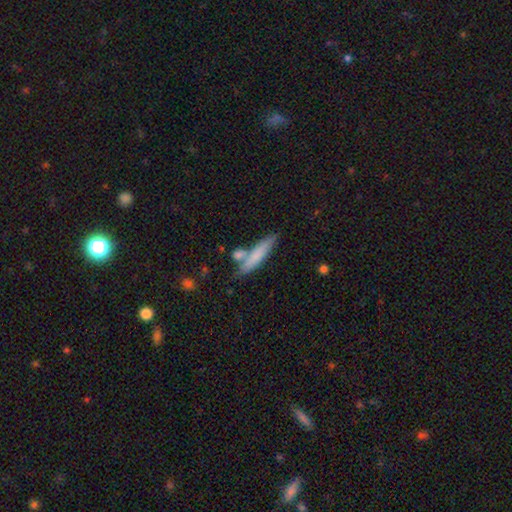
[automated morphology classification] A smooth galaxy with no disk features (71%) that is cigar-shaped (84%).

Vote fractions:
- Smooth or featured? smooth: 71% / featured or disk: 23% / star or artifact: 6%
- How rounded? cigar-shaped: 84% / in between: 14% / round: 2%
- Merging? none: 61% / merger: 20% / minor disturbance: 15% / major disturbance: 4%